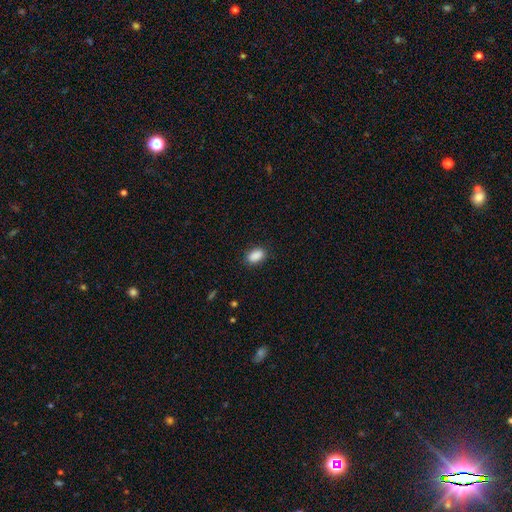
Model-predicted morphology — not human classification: Smooth or featured: smooth — 90% (star or artifact — 8%)
How rounded: in between — 90% (round — 8%)
Merging: none — 87% (minor disturbance — 10%)